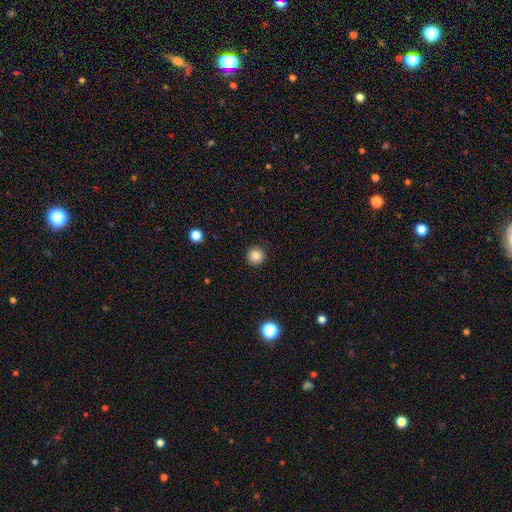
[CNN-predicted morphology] This appears to be a smooth galaxy with no disk features (84%) that is round (95%). Merging: none (91%).